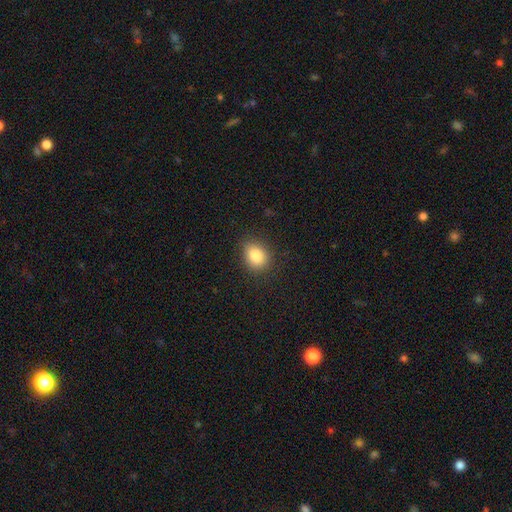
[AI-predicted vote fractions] smooth 84%, star or artifact 10%, featured or disk 6%. Down the decision tree: how rounded — round (51%); merging — none (85%).